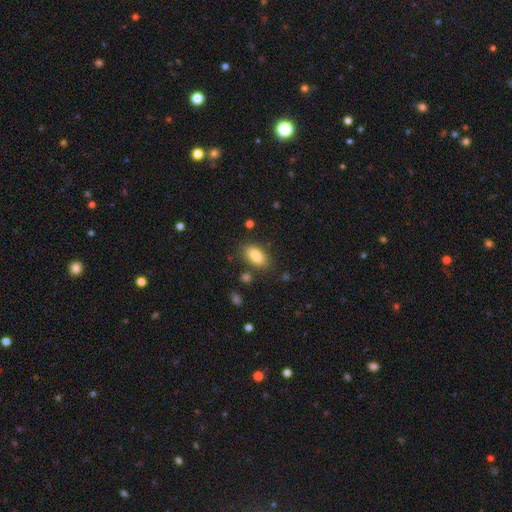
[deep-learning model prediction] smooth_or_featured: smooth (p=0.84) [alt: featured or disk p=0.08]
how_rounded: in between (p=0.90) [alt: cigar-shaped p=0.06]
merging: none (p=0.81) [alt: minor disturbance p=0.12]